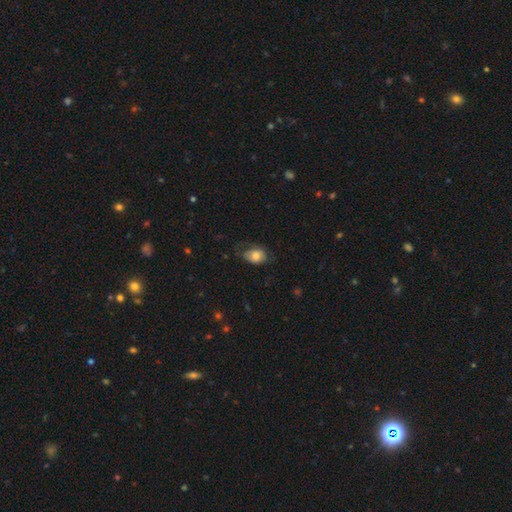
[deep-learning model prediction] Smooth or featured? Predicted: smooth (p=0.69). How rounded? Predicted: in between (p=0.73). Merging? Predicted: none (p=0.55).